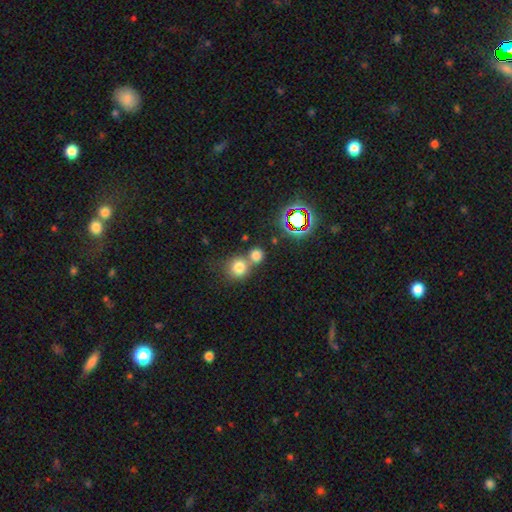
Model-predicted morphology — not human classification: smooth_or_featured: smooth (p=0.74) [alt: star or artifact p=0.18]
how_rounded: round (p=0.86) [alt: in between p=0.13]
merging: none (p=0.49) [alt: merger p=0.42]